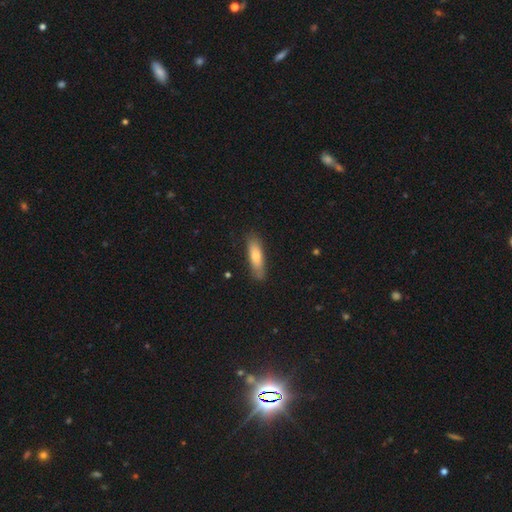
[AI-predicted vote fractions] The model was most divided on "how rounded": cigar-shaped: 65%, in between: 33%, round: 2%. More confident: merging — none (81%); smooth or featured — smooth (72%).